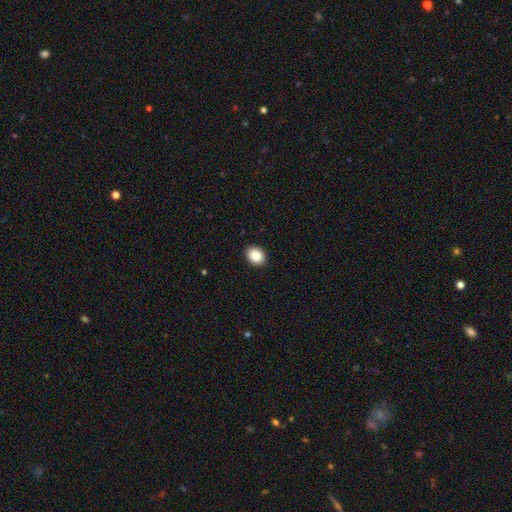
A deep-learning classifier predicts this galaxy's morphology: smooth_or_featured: smooth (p=0.87) [alt: star or artifact p=0.08]
how_rounded: in between (p=0.61) [alt: round p=0.39]
merging: none (p=0.91) [alt: minor disturbance p=0.06]